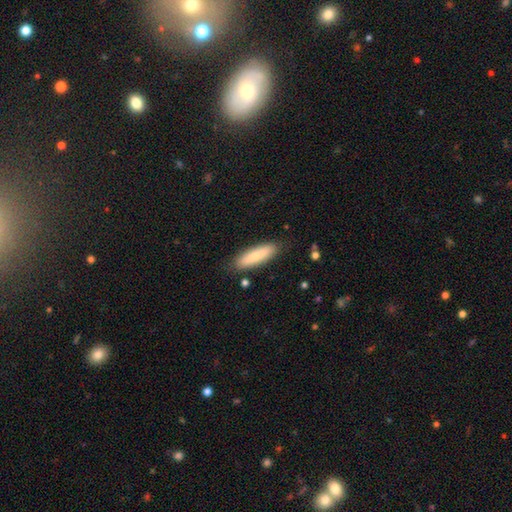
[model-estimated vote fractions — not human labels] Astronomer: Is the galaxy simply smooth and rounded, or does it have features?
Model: smooth — 80%.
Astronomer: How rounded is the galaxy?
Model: cigar-shaped — 62%.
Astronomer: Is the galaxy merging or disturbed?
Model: none — 86%.